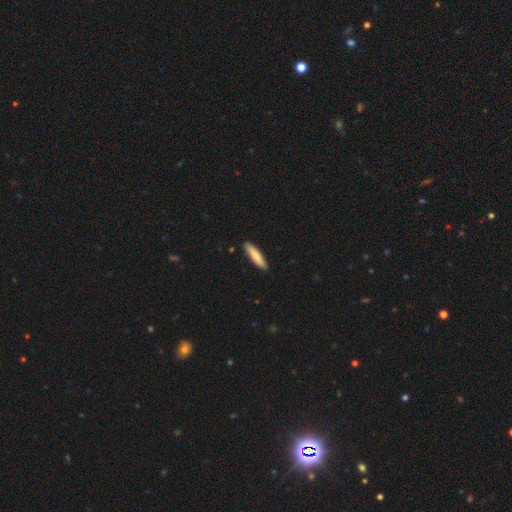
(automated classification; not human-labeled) This appears to be a smooth galaxy with no disk features (80%) that is cigar-shaped (80%). Merging: none (90%).